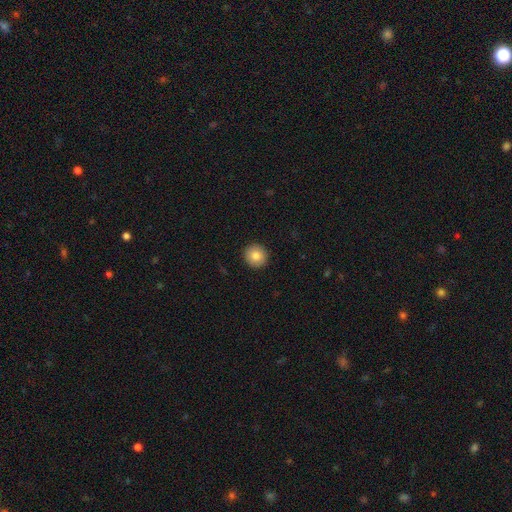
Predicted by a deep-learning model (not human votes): Morphology: type=smooth (84%); roundness=round (93%); merging=none (93%).